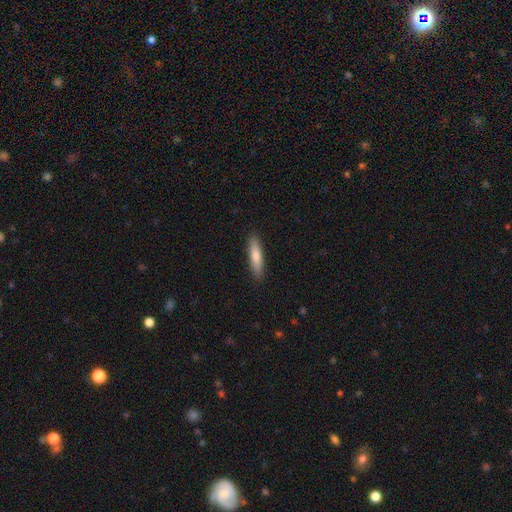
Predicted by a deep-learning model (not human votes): Smooth or featured? smooth (68%)
How rounded? cigar-shaped (85%)
Merging? none (90%)